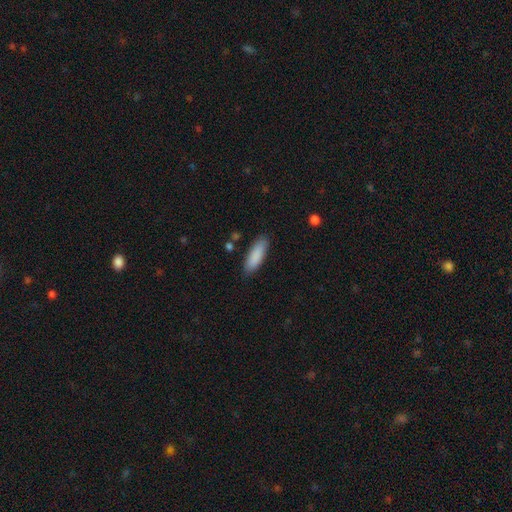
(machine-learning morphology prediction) This appears to be a smooth galaxy with no disk features (88%) that is in between round and cigar-shaped (55%). Merging: none (85%).